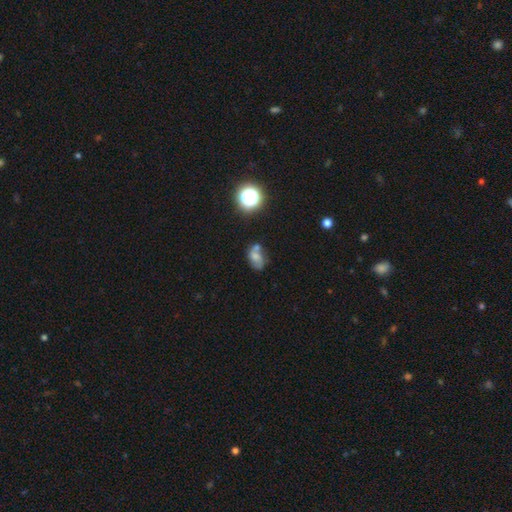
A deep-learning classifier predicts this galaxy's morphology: Q: Smooth or featured?
A: smooth (47%); runner-up: featured or disk (36%)
Q: Merging?
A: none (41%); runner-up: merger (28%)